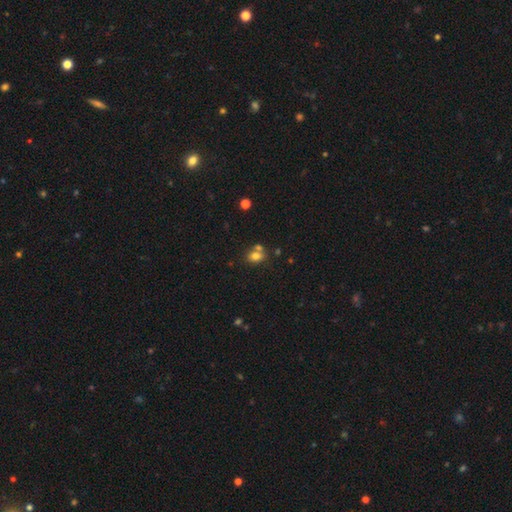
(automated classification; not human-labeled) Smooth or featured?
  - smooth: 76% *
  - star or artifact: 13%
  - featured or disk: 11%
How rounded?
  - in between: 53% *
  - round: 46%
  - cigar-shaped: 1%
Merging?
  - none: 52% *
  - merger: 33%
  - minor disturbance: 11%
  - major disturbance: 4%